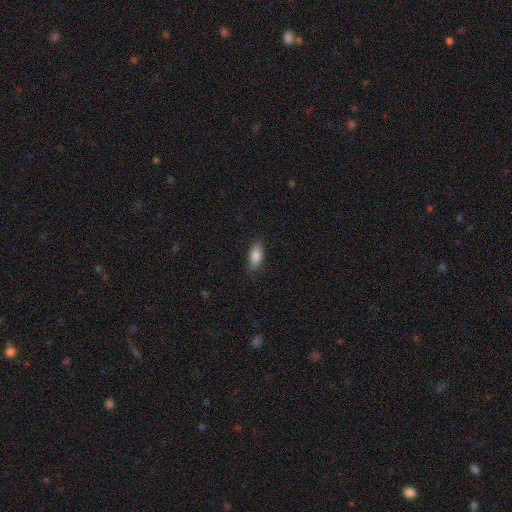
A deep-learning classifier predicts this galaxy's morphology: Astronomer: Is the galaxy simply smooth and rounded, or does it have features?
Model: smooth — 85%.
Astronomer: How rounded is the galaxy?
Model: in between — 78%.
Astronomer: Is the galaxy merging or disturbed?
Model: none — 85%.